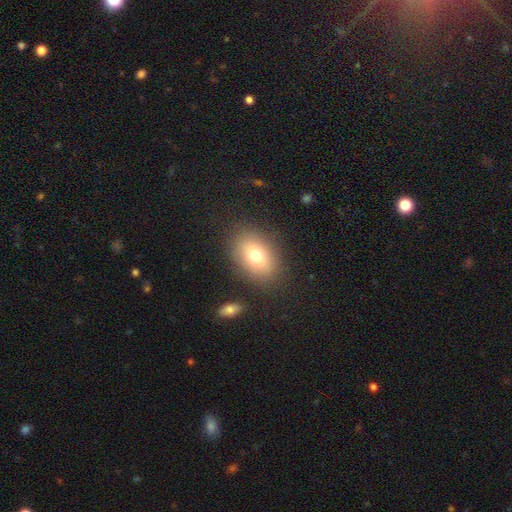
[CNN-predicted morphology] Q: Smooth or featured?
A: smooth (74%); runner-up: featured or disk (15%)
Q: How rounded?
A: in between (75%); runner-up: round (23%)
Q: Merging?
A: none (83%); runner-up: minor disturbance (10%)